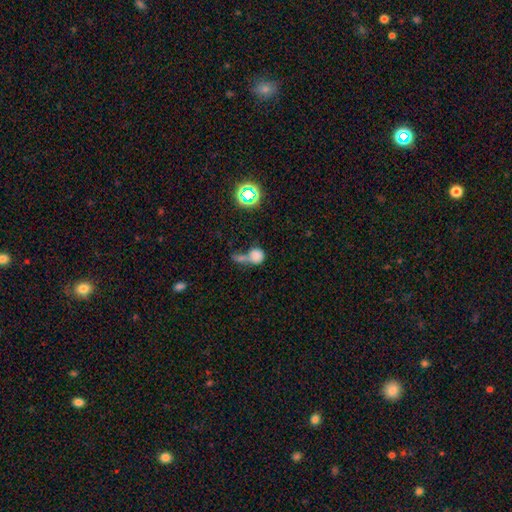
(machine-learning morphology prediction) Smooth or featured? Predicted: smooth (p=0.73). How rounded? Predicted: round (p=0.77). Merging? Predicted: merger (p=0.51).